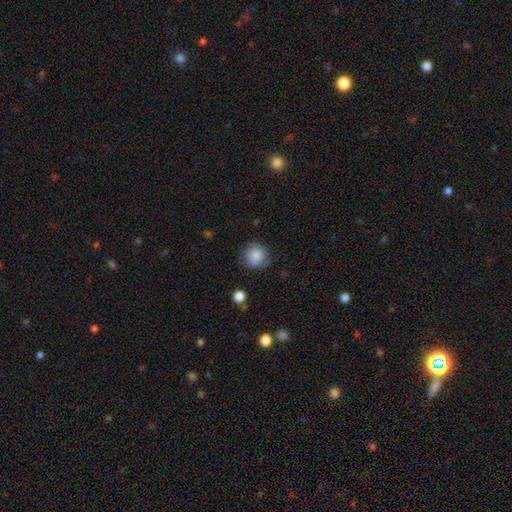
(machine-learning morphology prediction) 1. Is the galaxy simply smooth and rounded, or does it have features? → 82% smooth, 9% star or artifact, 9% featured or disk.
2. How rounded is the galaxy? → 89% round, 10% in between, 1% cigar-shaped.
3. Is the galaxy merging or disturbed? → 75% none, 18% minor disturbance, 5% major disturbance, 2% merger.